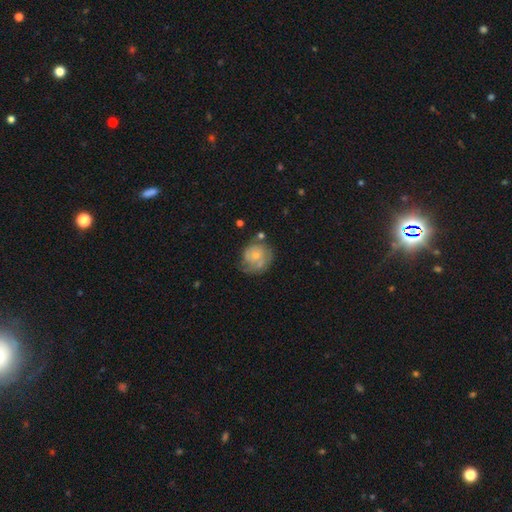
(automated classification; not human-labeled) Smooth or featured? Predicted: featured or disk (p=0.52). Edge-on disk? Predicted: no (p=0.98). Bar? Predicted: no (p=0.81). Spiral arms? Predicted: yes (p=0.64). Bulge size? Predicted: small (p=0.58). Merging? Predicted: none (p=0.48).